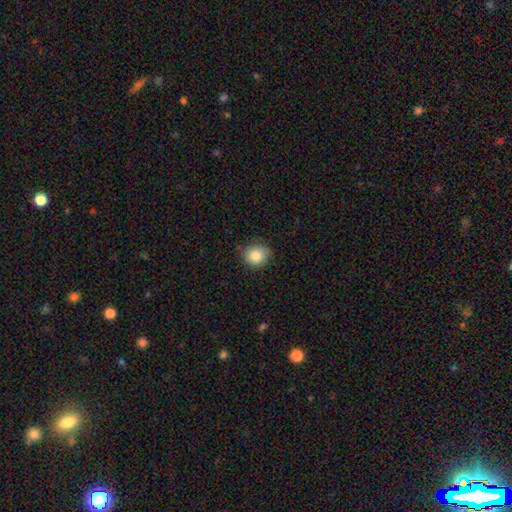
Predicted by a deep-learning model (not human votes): Smooth or featured: smooth — 83% (star or artifact — 10%)
How rounded: round — 82% (in between — 17%)
Merging: none — 80% (minor disturbance — 16%)